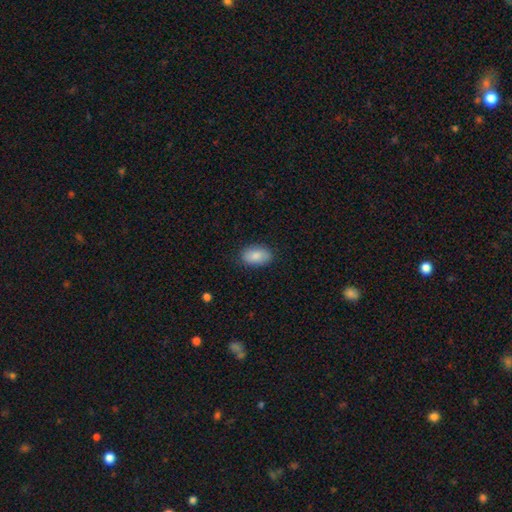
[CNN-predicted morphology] Overall: smooth (86%). How rounded: in between (91%). Merging: none (86%).